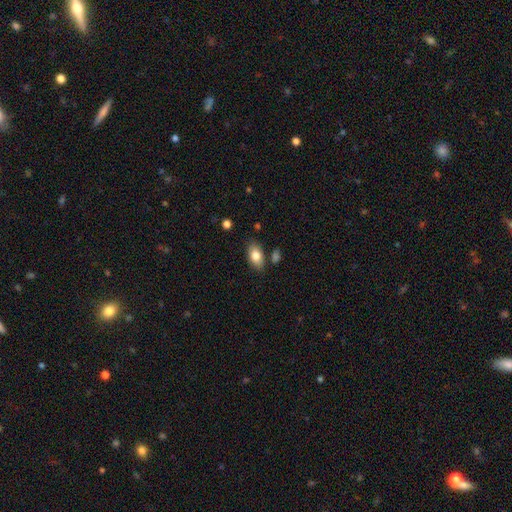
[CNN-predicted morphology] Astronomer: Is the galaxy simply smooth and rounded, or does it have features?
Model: smooth — 81%.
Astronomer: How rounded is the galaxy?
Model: in between — 91%.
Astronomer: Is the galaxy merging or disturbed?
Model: none — 82%.